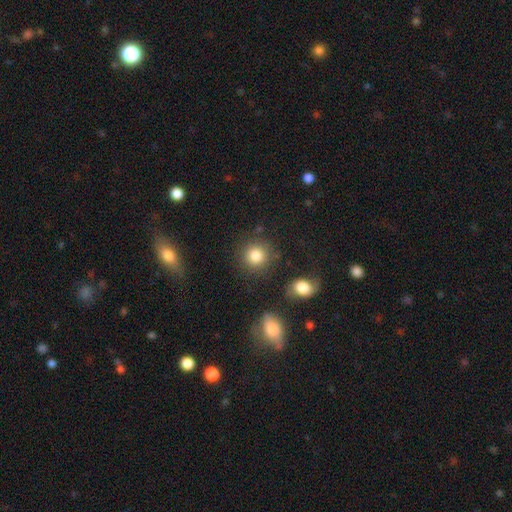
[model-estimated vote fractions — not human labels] Smooth or featured? smooth (84%)
How rounded? round (90%)
Merging? none (81%)